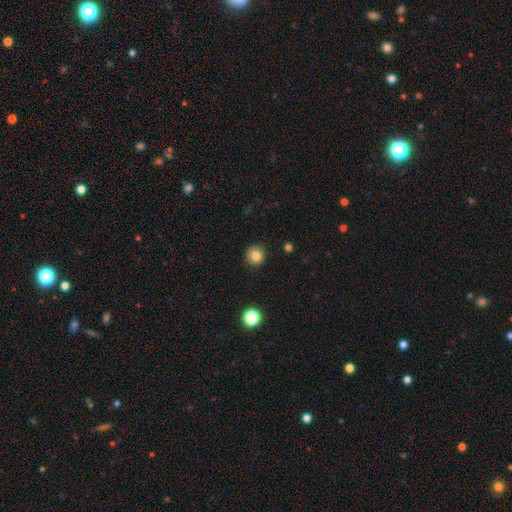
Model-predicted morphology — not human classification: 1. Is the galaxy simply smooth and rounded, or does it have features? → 82% smooth, 10% star or artifact, 8% featured or disk.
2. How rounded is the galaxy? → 93% round, 6% in between, 1% cigar-shaped.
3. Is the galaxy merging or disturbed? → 91% none, 6% minor disturbance, 2% major disturbance, 1% merger.